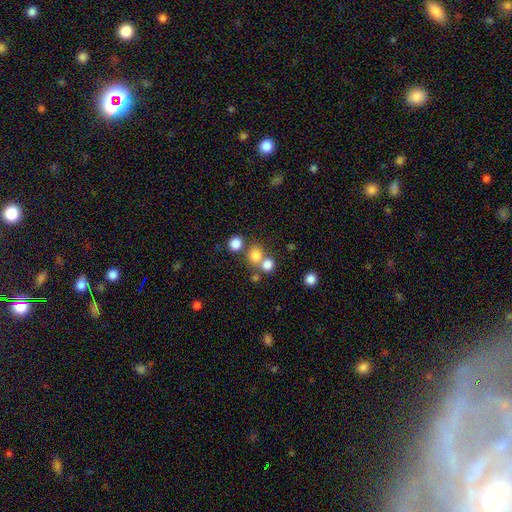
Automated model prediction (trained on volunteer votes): A smooth galaxy with no disk features (76%) that is round (84%).

Vote fractions:
- Smooth or featured? smooth: 76% / star or artifact: 15% / featured or disk: 9%
- How rounded? round: 84% / in between: 15% / cigar-shaped: 1%
- Merging? none: 56% / merger: 33% / minor disturbance: 7% / major disturbance: 4%